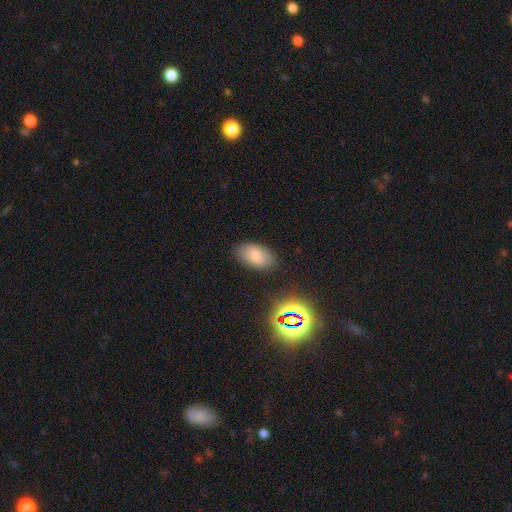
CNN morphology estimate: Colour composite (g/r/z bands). It shows a smooth galaxy with no disk features (77%) that is in between round and cigar-shaped (92%). Merging: none (84%).